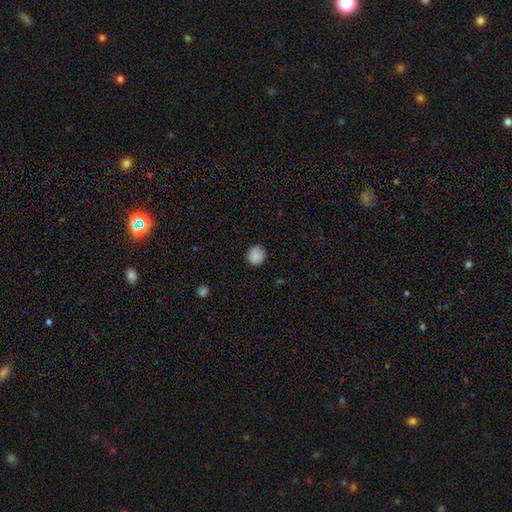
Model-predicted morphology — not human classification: smooth-or-featured: smooth: 87% | star or artifact: 9% | featured or disk: 4%
  how-rounded: round: 88% | in between: 11% | cigar-shaped: 1%
  merging: none: 87% | minor disturbance: 10% | major disturbance: 2% | merger: 1%